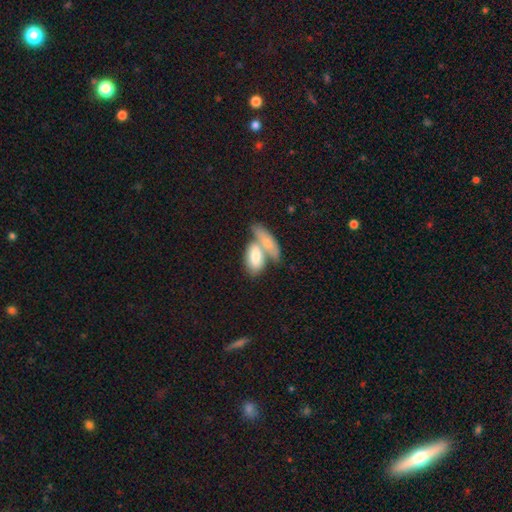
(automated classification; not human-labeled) Q: Smooth or featured?
A: smooth (74%); runner-up: featured or disk (20%)
Q: How rounded?
A: in between (84%); runner-up: cigar-shaped (12%)
Q: Merging?
A: merger (61%); runner-up: none (26%)